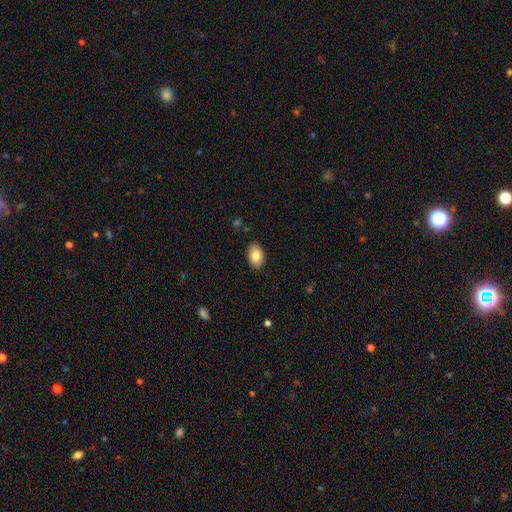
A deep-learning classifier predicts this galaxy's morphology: The model was most divided on "smooth or featured": smooth: 84%, featured or disk: 9%, star or artifact: 7%. More confident: how rounded — in between (91%); merging — none (88%).